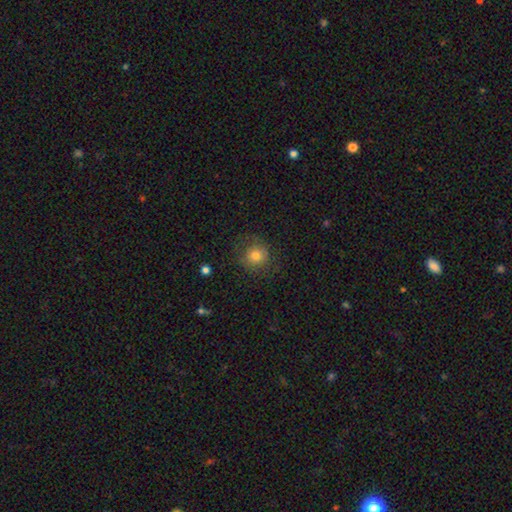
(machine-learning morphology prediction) Smooth or featured? smooth (73%)
How rounded? round (89%)
Merging? none (76%)